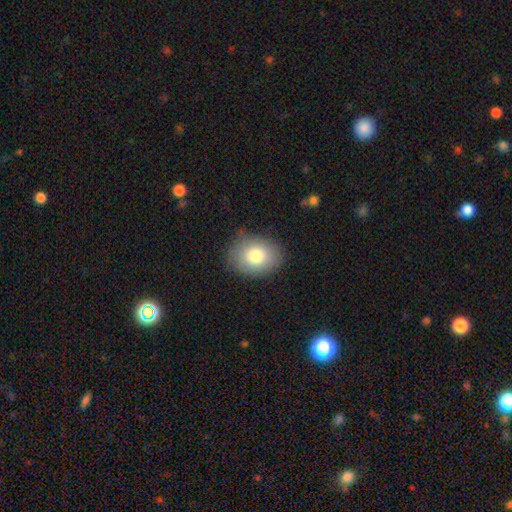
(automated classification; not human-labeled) Smooth or featured? smooth (80%)
How rounded? in between (60%)
Merging? none (82%)